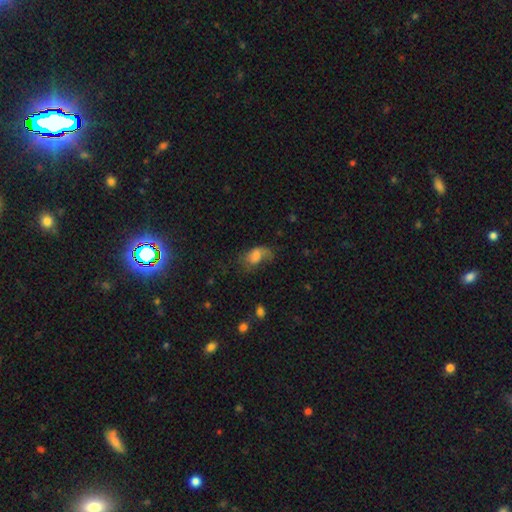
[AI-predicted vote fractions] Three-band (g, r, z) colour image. It shows a smooth galaxy with no disk features (58%) that is in between round and cigar-shaped (86%). Merging: major disturbance (46%).